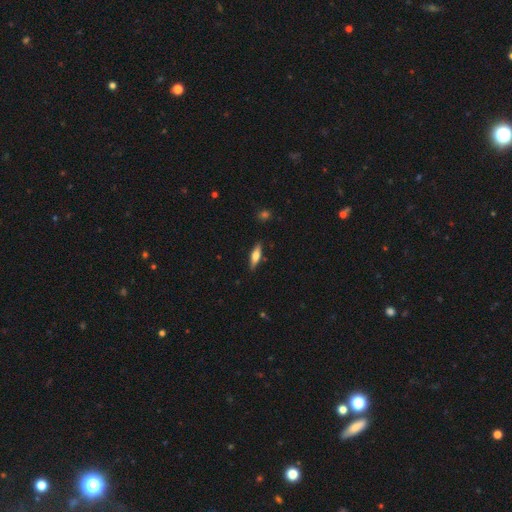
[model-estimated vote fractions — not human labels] The model was most divided on "smooth or featured": smooth: 55%, featured or disk: 39%, star or artifact: 6%. More confident: merging — none (86%); how rounded — cigar-shaped (59%).